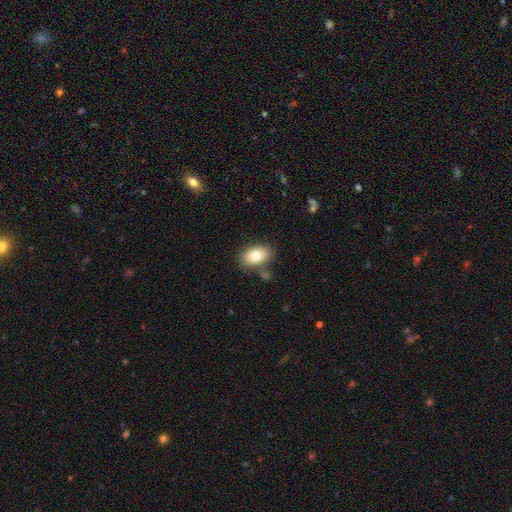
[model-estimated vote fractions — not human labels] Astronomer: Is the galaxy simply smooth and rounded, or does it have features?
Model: smooth — 78%.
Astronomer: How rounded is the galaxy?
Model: in between — 89%.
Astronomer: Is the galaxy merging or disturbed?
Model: none — 76%.